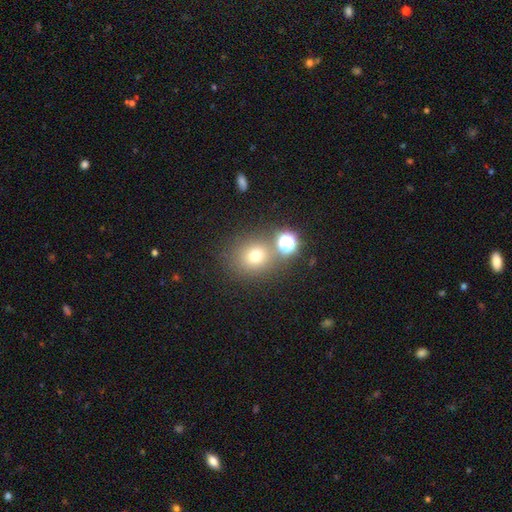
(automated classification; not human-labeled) Morphology: type=smooth (71%); roundness=round (83%); merging=none (71%).